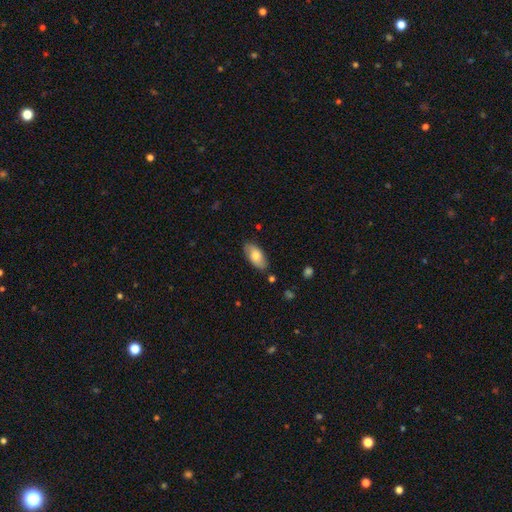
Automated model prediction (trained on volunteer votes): Morphology: type=smooth (73%); roundness=in between (92%); merging=none (82%).